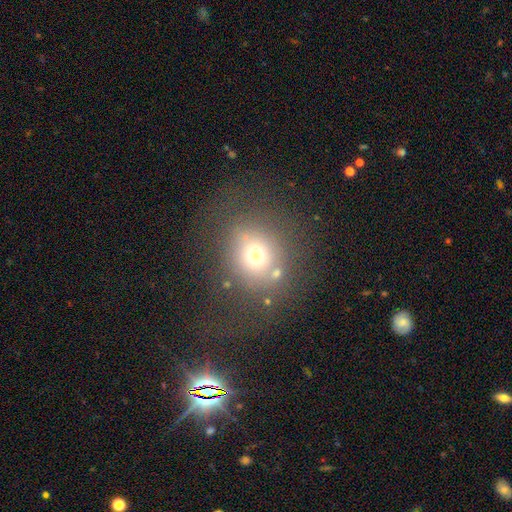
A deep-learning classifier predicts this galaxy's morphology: Smooth or featured: smooth — 65% (star or artifact — 20%)
How rounded: round — 81% (in between — 18%)
Merging: none — 72% (minor disturbance — 12%)